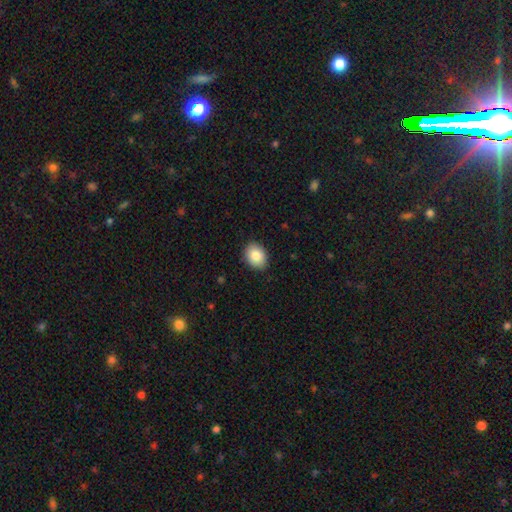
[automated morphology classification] The model was most divided on "how rounded": in between: 61%, round: 38%, cigar-shaped: 1%. More confident: merging — none (88%); smooth or featured — smooth (84%).